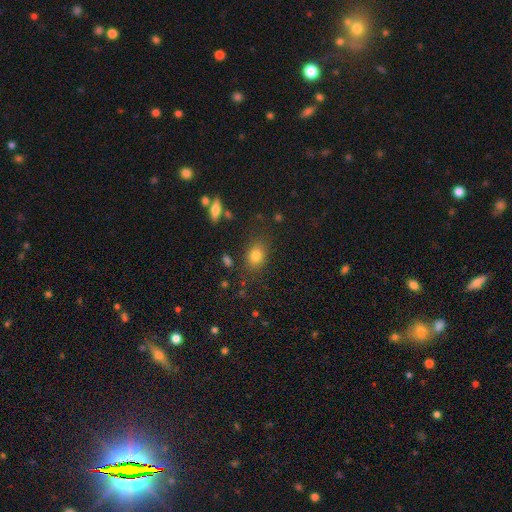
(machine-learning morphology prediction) A smooth galaxy with no disk features (81%) that is in between round and cigar-shaped (66%).

Vote fractions:
- Smooth or featured? smooth: 81% / star or artifact: 11% / featured or disk: 8%
- How rounded? in between: 66% / round: 33% / cigar-shaped: 2%
- Merging? none: 78% / minor disturbance: 14% / major disturbance: 5% / merger: 3%